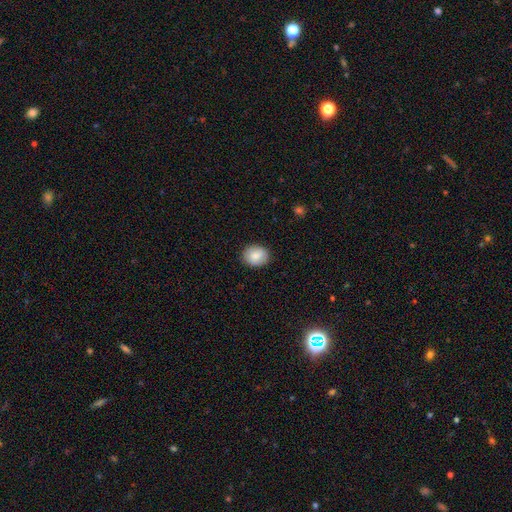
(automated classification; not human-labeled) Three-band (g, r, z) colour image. It shows a smooth galaxy with no disk features (84%) that is round (60%). Merging: none (87%).